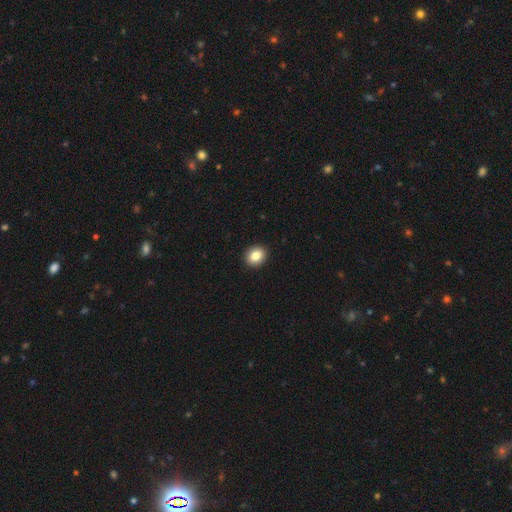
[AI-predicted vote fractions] The model was most divided on "how rounded": round: 71%, in between: 28%, cigar-shaped: 1%. More confident: merging — none (93%); smooth or featured — smooth (85%).